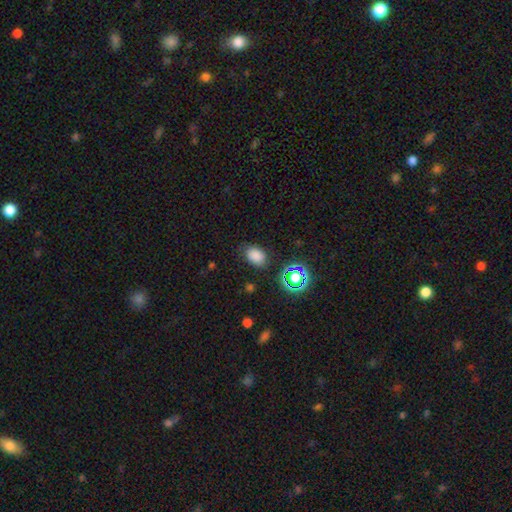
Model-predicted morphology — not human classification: smooth_or_featured: smooth (p=0.77) [alt: star or artifact p=0.17]
how_rounded: in between (p=0.76) [alt: round p=0.23]
merging: none (p=0.78) [alt: minor disturbance p=0.15]